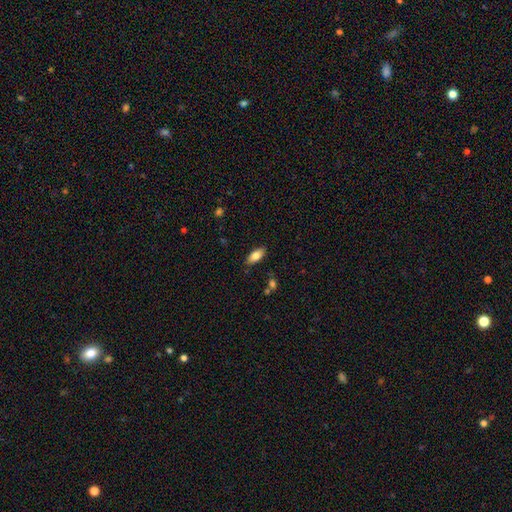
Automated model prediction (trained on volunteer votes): Smooth or featured? Predicted: smooth (p=0.79). How rounded? Predicted: in between (p=0.86). Merging? Predicted: none (p=0.85).